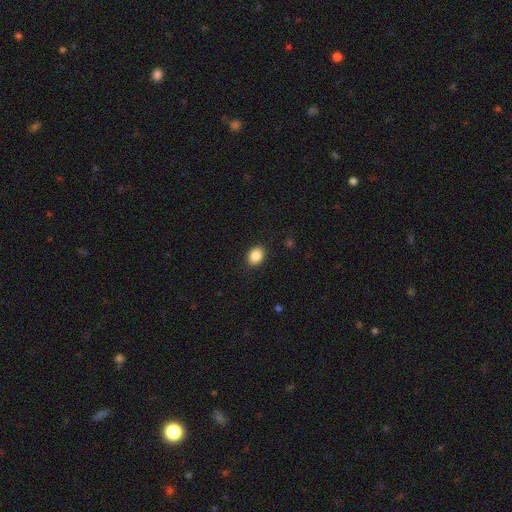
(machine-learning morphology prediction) A smooth galaxy with no disk features (88%) that is in between round and cigar-shaped (61%).

Vote fractions:
- Smooth or featured? smooth: 88% / star or artifact: 8% / featured or disk: 4%
- How rounded? in between: 61% / round: 38% / cigar-shaped: 1%
- Merging? none: 89% / minor disturbance: 8% / major disturbance: 2% / merger: 1%